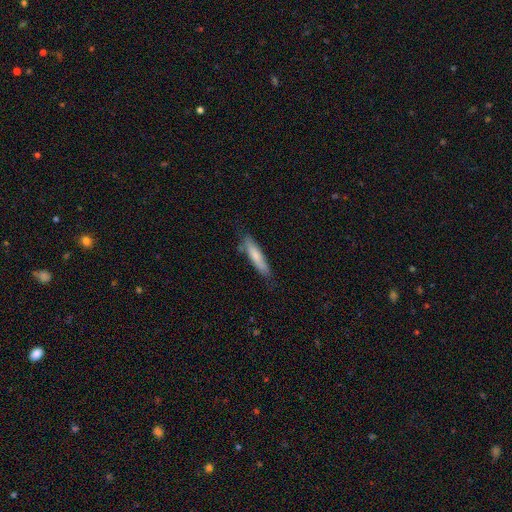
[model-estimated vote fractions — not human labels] smooth 73%, featured or disk 21%, star or artifact 6%. Down the decision tree: how rounded — cigar-shaped (83%); merging — none (75%).